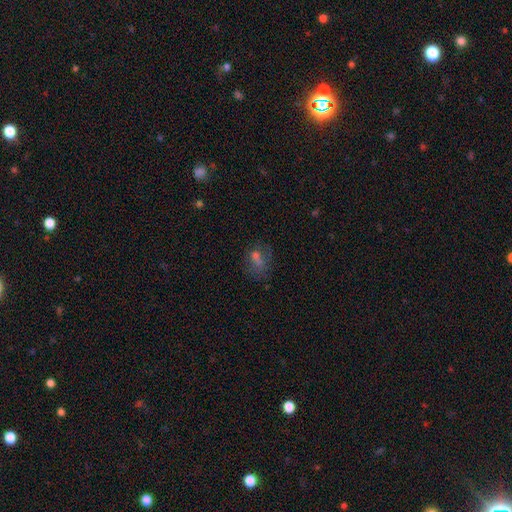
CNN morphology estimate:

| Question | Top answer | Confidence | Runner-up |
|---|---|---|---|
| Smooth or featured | smooth | 52% | star or artifact (25%) |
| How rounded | in between | 66% | round (23%) |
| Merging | none | 58% | minor disturbance (21%) |